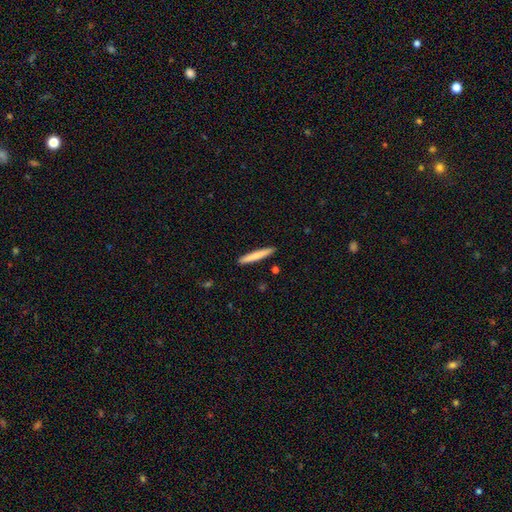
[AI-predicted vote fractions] Smooth or featured?
  - smooth: 77% *
  - featured or disk: 18%
  - star or artifact: 5%
How rounded?
  - cigar-shaped: 96% *
  - in between: 3%
  - round: 1%
Merging?
  - none: 91% *
  - minor disturbance: 6%
  - merger: 1%
  - major disturbance: 1%